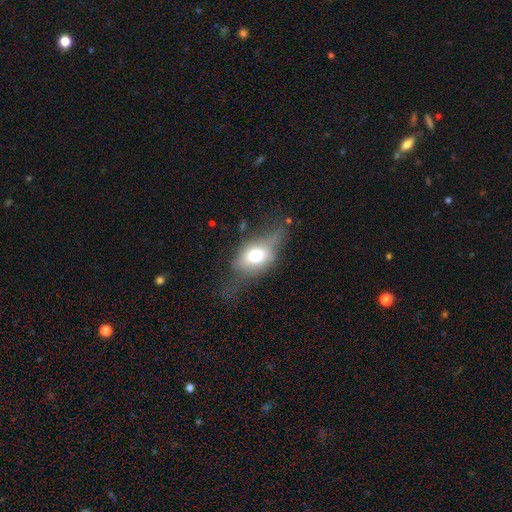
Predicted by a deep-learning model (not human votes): Q: Smooth or featured?
A: smooth (47%); runner-up: featured or disk (42%)
Q: Merging?
A: none (48%); runner-up: minor disturbance (27%)